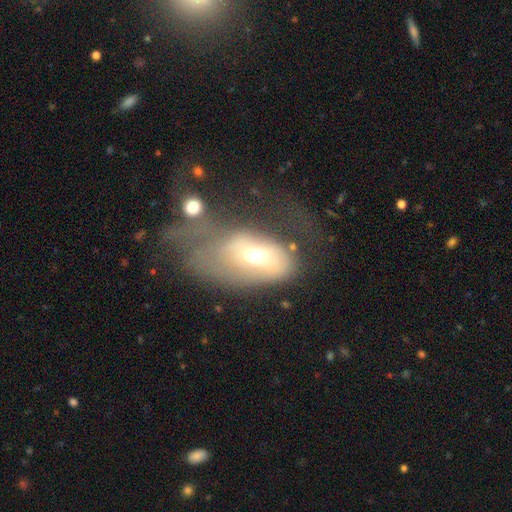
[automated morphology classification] A smooth galaxy with no disk features (48%).

Vote fractions:
- Smooth or featured? smooth: 48% / featured or disk: 43% / star or artifact: 9%
- Merging? major disturbance: 53% / minor disturbance: 18% / none: 16% / merger: 13%